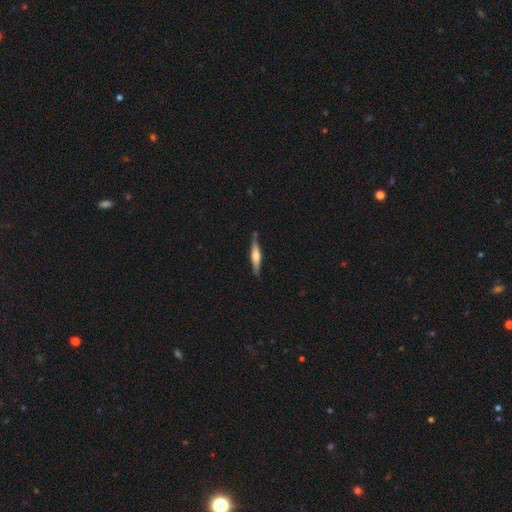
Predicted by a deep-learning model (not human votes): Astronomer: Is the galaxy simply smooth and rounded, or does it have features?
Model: featured or disk — 55% (runner-up: smooth, 40%).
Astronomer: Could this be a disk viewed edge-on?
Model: yes — 95%.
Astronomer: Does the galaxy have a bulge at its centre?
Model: rounded — 72%.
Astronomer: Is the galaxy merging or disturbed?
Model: none — 82%.